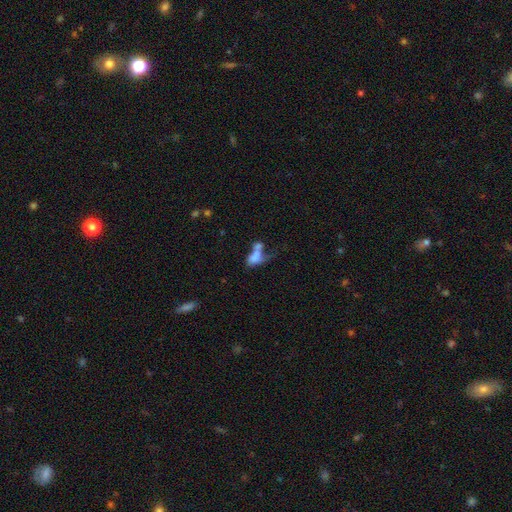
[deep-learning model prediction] Morphology: type=smooth (64%); roundness=in between (82%); merging=merger (58%).